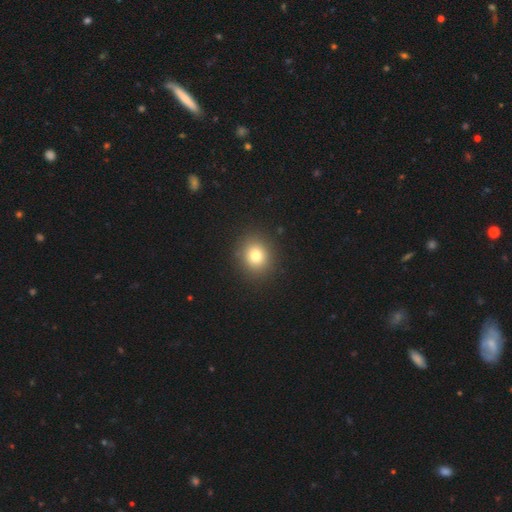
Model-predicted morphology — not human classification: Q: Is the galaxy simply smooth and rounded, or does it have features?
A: smooth — 78%.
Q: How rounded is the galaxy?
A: round — 79%.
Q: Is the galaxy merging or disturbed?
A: none — 90%.